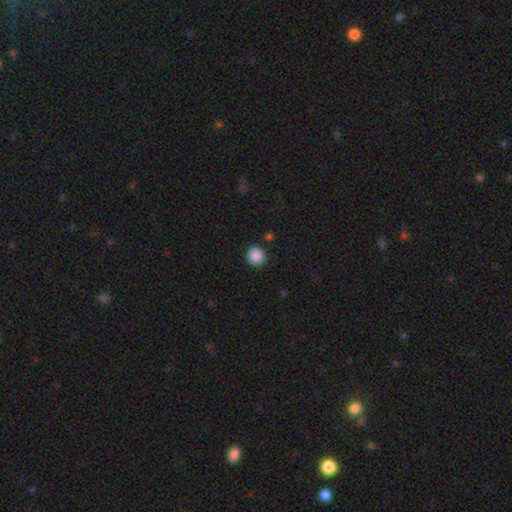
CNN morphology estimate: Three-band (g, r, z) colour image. It shows a smooth galaxy with no disk features (88%) that is round (94%). Merging: none (91%).